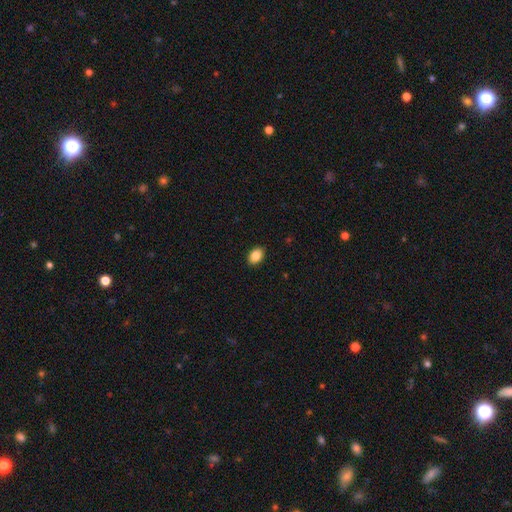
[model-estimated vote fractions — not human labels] Smooth or featured? Predicted: smooth (p=0.87). How rounded? Predicted: in between (p=0.82). Merging? Predicted: none (p=0.90).